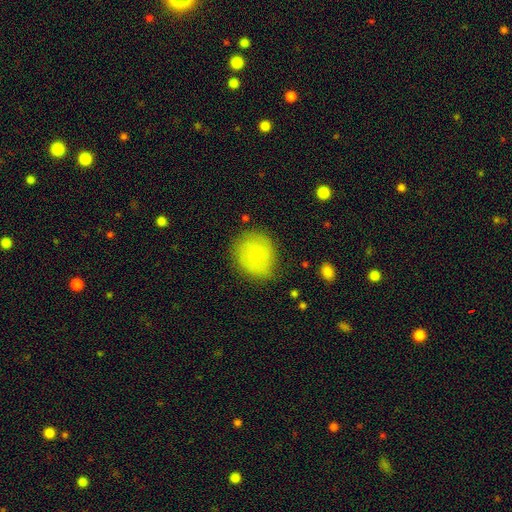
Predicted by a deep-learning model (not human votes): smooth 70%, featured or disk 21%, star or artifact 8%. Down the decision tree: how rounded — round (81%); merging — none (74%).